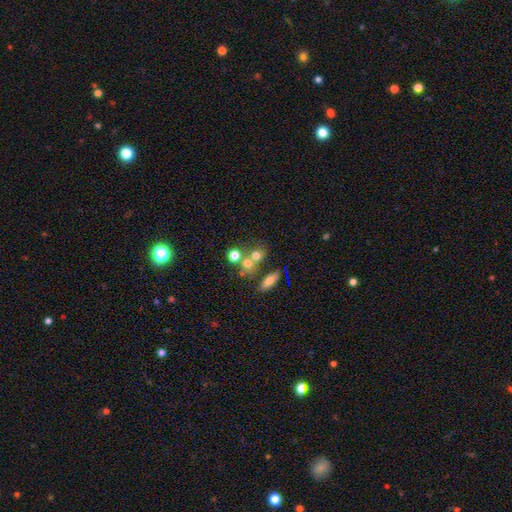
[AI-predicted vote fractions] Smooth or featured? Predicted: smooth (p=0.66). How rounded? Predicted: round (p=0.72). Merging? Predicted: merger (p=0.43).